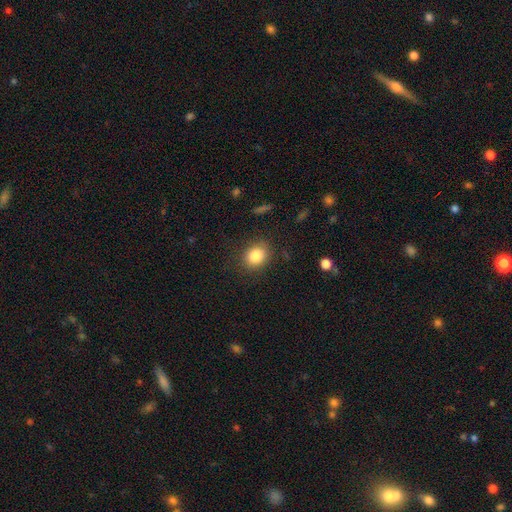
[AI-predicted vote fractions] Smooth or featured?
  - smooth: 84% *
  - star or artifact: 10%
  - featured or disk: 6%
How rounded?
  - round: 56% *
  - in between: 43%
  - cigar-shaped: 1%
Merging?
  - none: 84% *
  - minor disturbance: 11%
  - major disturbance: 4%
  - merger: 1%